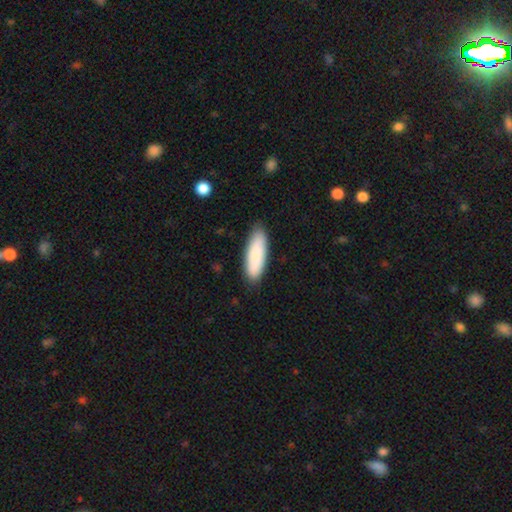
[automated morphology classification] smooth-or-featured: smooth: 86% | featured or disk: 8% | star or artifact: 5%
  how-rounded: in between: 56% | cigar-shaped: 42% | round: 2%
  merging: none: 86% | minor disturbance: 11% | major disturbance: 2% | merger: 1%